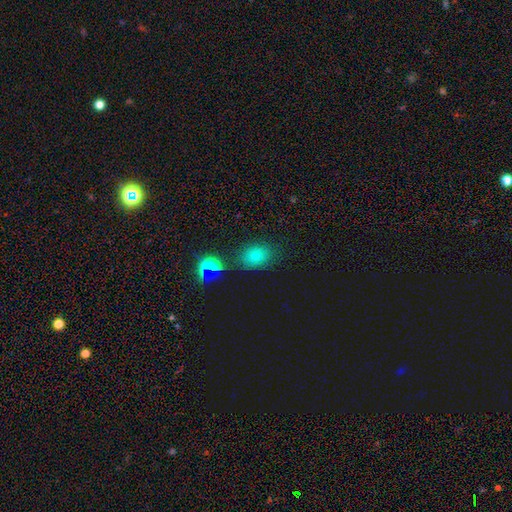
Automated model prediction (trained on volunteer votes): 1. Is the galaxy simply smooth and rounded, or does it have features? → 71% smooth, 21% star or artifact, 8% featured or disk.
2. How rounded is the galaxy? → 74% in between, 25% round, 1% cigar-shaped.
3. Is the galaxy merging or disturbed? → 74% none, 14% minor disturbance, 7% merger, 5% major disturbance.